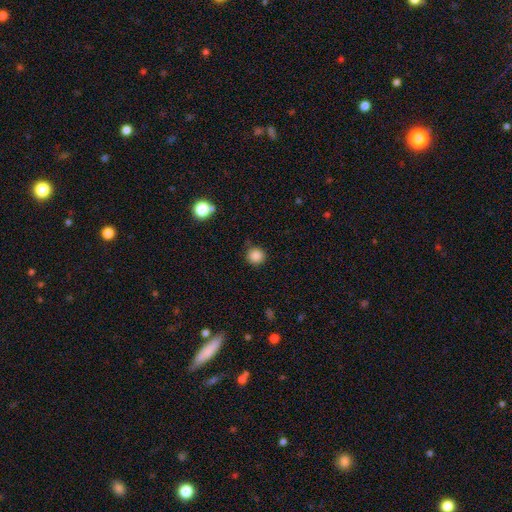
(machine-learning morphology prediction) smooth 86%, star or artifact 11%, featured or disk 3%. Down the decision tree: how rounded — round (93%); merging — none (84%).